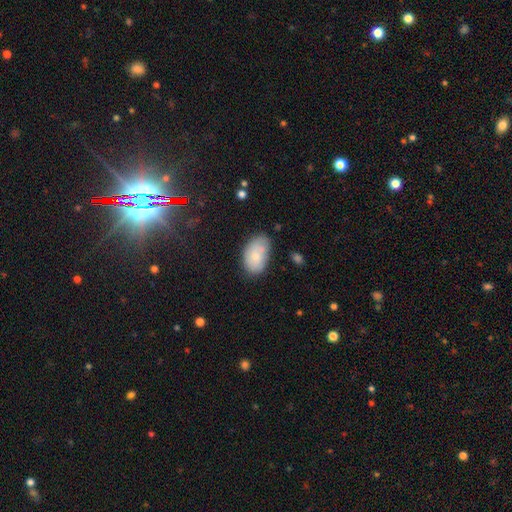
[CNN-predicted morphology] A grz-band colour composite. It shows a smooth galaxy with no disk features (76%) that is in between round and cigar-shaped (92%). Merging: none (64%).